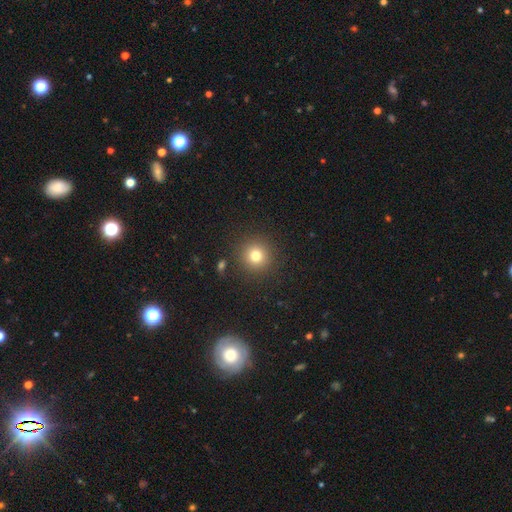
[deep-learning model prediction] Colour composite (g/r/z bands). It shows a smooth galaxy with no disk features (78%) that is round (95%). Merging: none (90%).